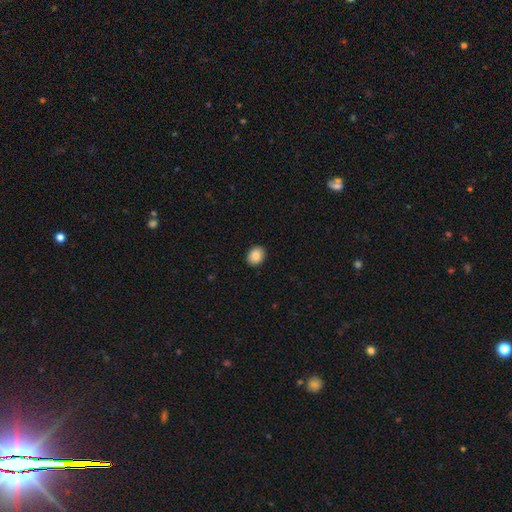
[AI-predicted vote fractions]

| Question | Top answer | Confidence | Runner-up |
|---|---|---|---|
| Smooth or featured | smooth | 86% | star or artifact (8%) |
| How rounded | round | 52% | in between (47%) |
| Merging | none | 91% | minor disturbance (6%) |